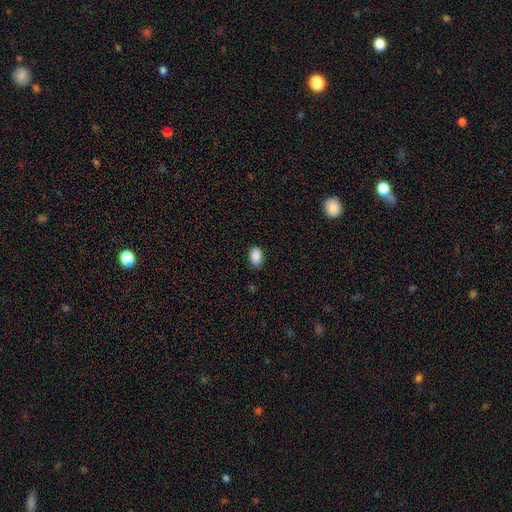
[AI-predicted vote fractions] This appears to be a smooth galaxy with no disk features (89%) that is in between round and cigar-shaped (90%). Merging: none (85%).